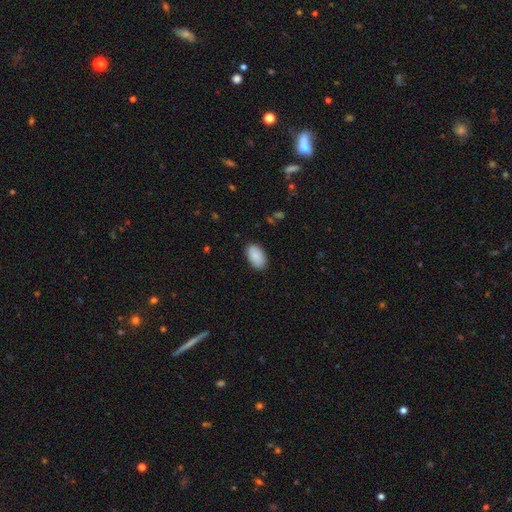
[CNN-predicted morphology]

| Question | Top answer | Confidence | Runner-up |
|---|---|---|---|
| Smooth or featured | smooth | 89% | star or artifact (6%) |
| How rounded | in between | 94% | round (5%) |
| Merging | none | 87% | minor disturbance (10%) |